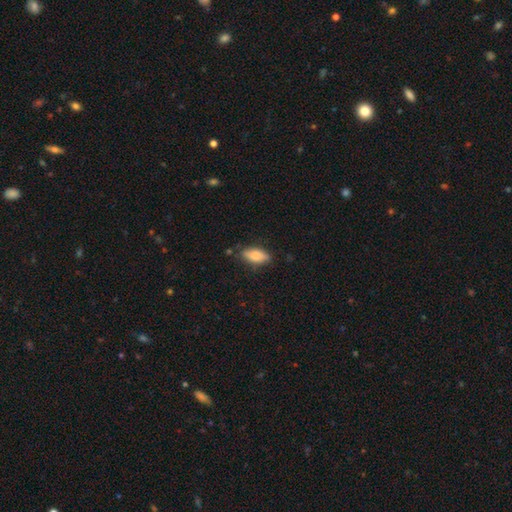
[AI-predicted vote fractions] Smooth or featured?
  - smooth: 80% *
  - featured or disk: 14%
  - star or artifact: 7%
How rounded?
  - in between: 81% *
  - cigar-shaped: 16%
  - round: 3%
Merging?
  - none: 78% *
  - minor disturbance: 16%
  - major disturbance: 3%
  - merger: 2%